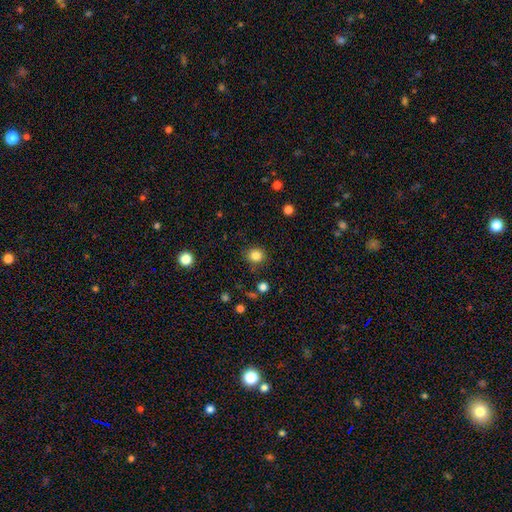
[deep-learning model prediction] smooth 84%, star or artifact 12%, featured or disk 4%. Down the decision tree: how rounded — round (83%); merging — none (85%).